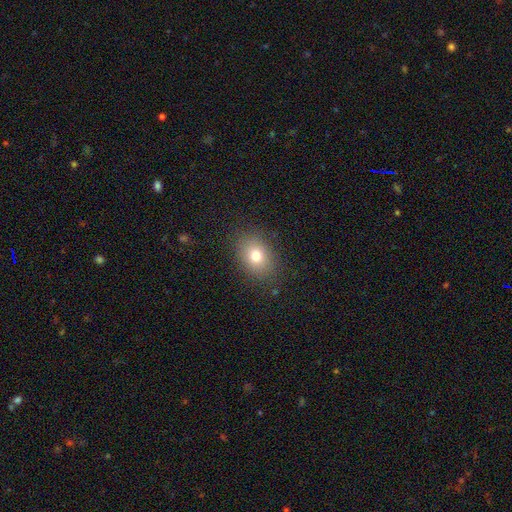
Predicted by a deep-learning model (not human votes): Smooth or featured?
  - smooth: 76% *
  - star or artifact: 12%
  - featured or disk: 12%
How rounded?
  - in between: 66% *
  - round: 33%
  - cigar-shaped: 1%
Merging?
  - none: 85% *
  - minor disturbance: 10%
  - major disturbance: 4%
  - merger: 1%